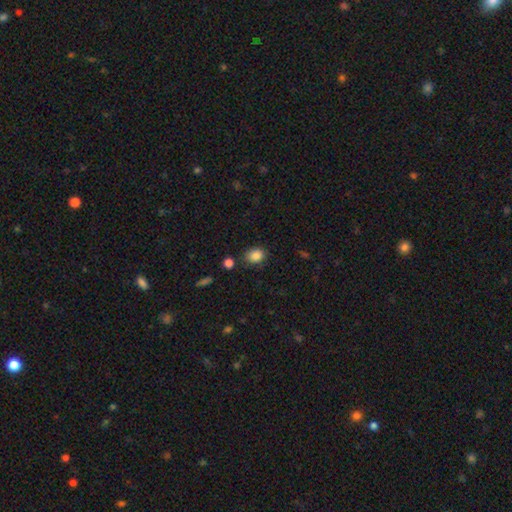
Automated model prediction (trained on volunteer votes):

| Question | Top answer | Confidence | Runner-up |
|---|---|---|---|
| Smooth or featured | smooth | 86% | star or artifact (10%) |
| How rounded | in between | 50% | round (49%) |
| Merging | none | 80% | minor disturbance (13%) |